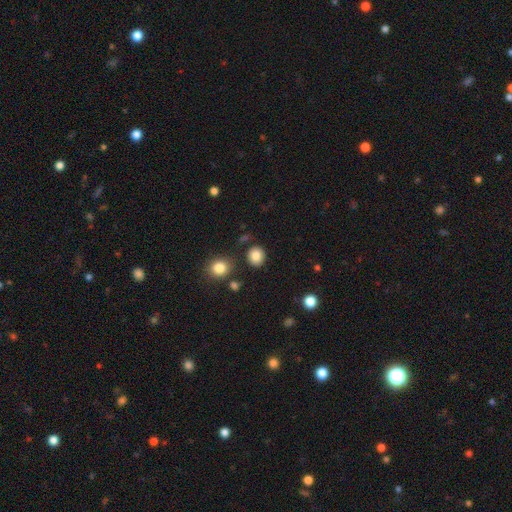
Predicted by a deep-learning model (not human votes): Smooth or featured? smooth (84%)
How rounded? round (83%)
Merging? none (86%)